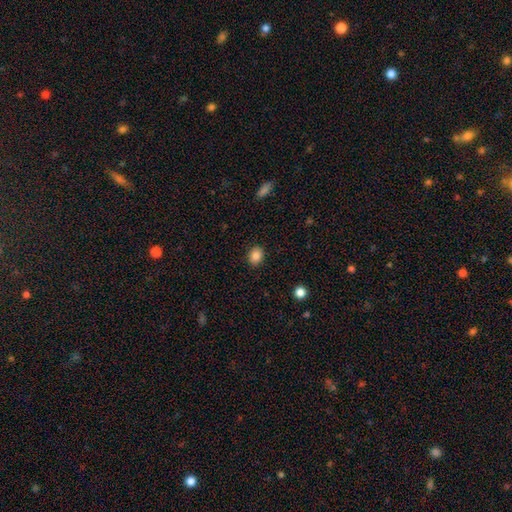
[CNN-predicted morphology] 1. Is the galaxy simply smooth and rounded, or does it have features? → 86% smooth, 10% star or artifact, 4% featured or disk.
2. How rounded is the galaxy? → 51% round, 48% in between, 1% cigar-shaped.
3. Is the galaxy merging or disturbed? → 89% none, 8% minor disturbance, 2% major disturbance, 1% merger.